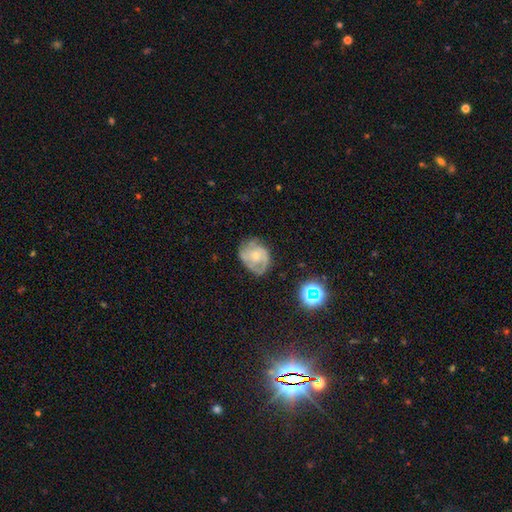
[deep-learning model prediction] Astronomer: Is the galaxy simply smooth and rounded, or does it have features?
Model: featured or disk — 68%.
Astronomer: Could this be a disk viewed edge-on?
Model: no — 98%.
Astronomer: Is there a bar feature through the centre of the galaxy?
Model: no — 76%.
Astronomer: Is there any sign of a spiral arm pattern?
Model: yes — 86%.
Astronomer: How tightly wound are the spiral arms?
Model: tight — 45% (runner-up: medium, 41%).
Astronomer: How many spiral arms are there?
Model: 2 — 39% (runner-up: can't tell, 28%).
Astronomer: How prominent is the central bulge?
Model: small — 63%.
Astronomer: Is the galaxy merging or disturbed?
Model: none — 61%.